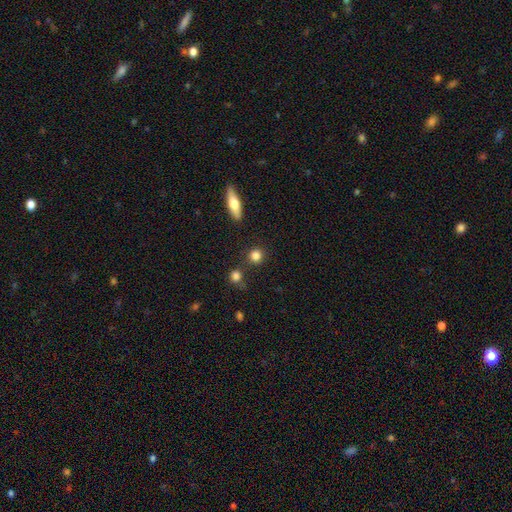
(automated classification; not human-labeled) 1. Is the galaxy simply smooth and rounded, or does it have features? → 83% smooth, 10% star or artifact, 6% featured or disk.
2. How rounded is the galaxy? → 88% round, 10% in between, 2% cigar-shaped.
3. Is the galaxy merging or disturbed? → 83% none, 8% minor disturbance, 6% merger, 3% major disturbance.